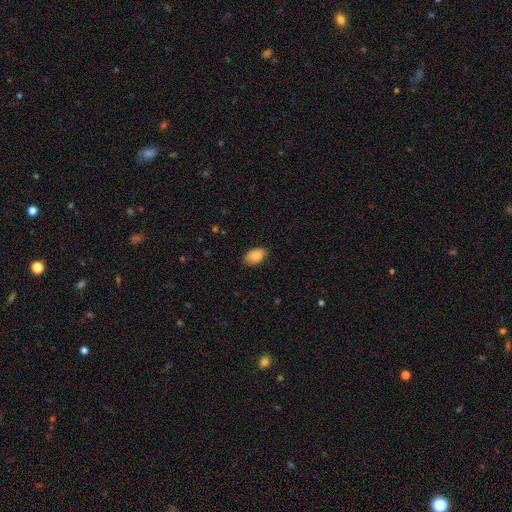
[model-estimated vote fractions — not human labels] Smooth or featured: smooth — 86% (featured or disk — 8%)
How rounded: in between — 91% (round — 8%)
Merging: none — 82% (minor disturbance — 15%)